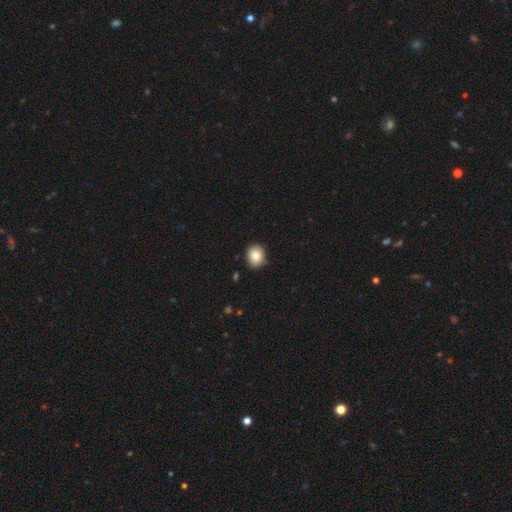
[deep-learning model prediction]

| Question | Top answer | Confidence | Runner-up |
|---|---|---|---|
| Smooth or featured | smooth | 86% | star or artifact (9%) |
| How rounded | round | 61% | in between (38%) |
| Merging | none | 80% | minor disturbance (16%) |